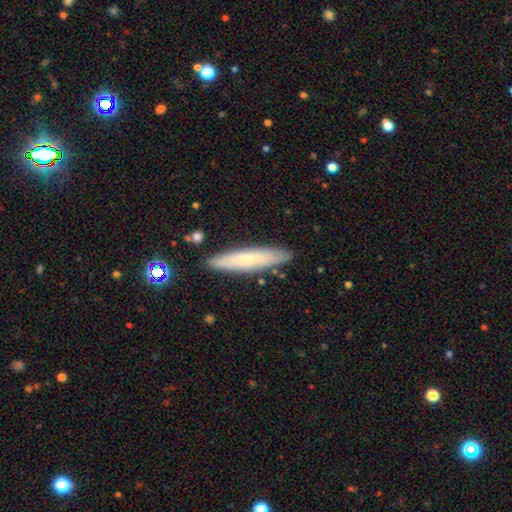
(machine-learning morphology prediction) Overall: smooth (65%; featured or disk 29%). How rounded: cigar-shaped (83%). Merging: none (86%).